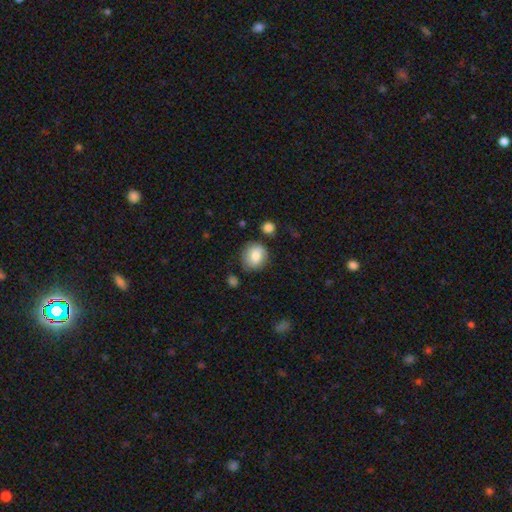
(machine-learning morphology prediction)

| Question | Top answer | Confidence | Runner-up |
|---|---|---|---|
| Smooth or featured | smooth | 81% | featured or disk (12%) |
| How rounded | round | 78% | in between (21%) |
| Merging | none | 76% | minor disturbance (16%) |